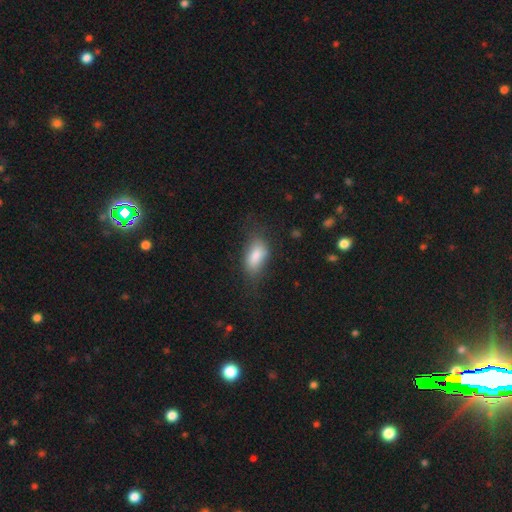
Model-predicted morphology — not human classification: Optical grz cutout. It shows a smooth galaxy with no disk features (80%) that is in between round and cigar-shaped (88%). Merging: none (61%).